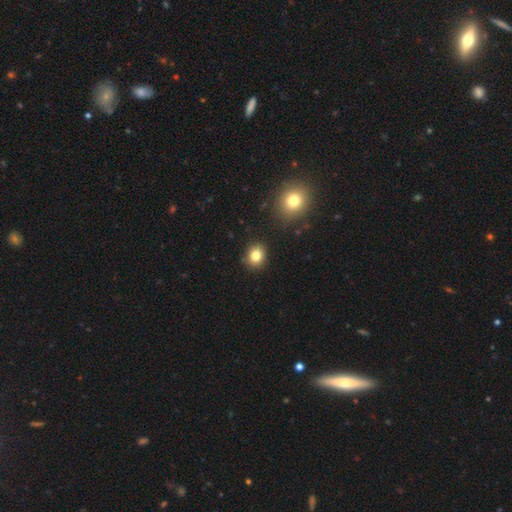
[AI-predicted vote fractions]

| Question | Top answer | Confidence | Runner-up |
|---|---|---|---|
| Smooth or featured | smooth | 81% | star or artifact (12%) |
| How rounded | round | 76% | in between (23%) |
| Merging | none | 89% | minor disturbance (8%) |